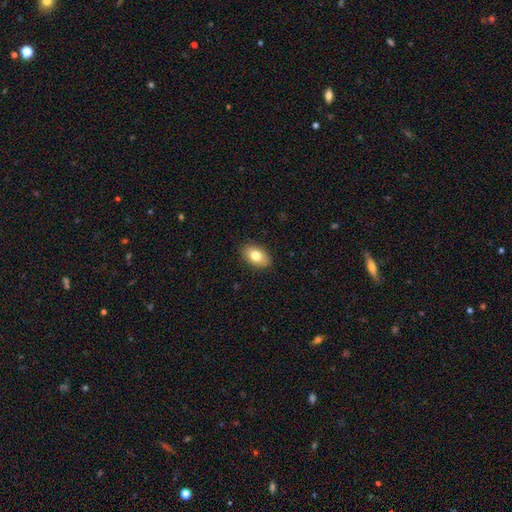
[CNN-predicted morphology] Q: Smooth or featured?
A: smooth (79%); runner-up: featured or disk (13%)
Q: How rounded?
A: in between (90%); runner-up: round (8%)
Q: Merging?
A: none (88%); runner-up: minor disturbance (9%)